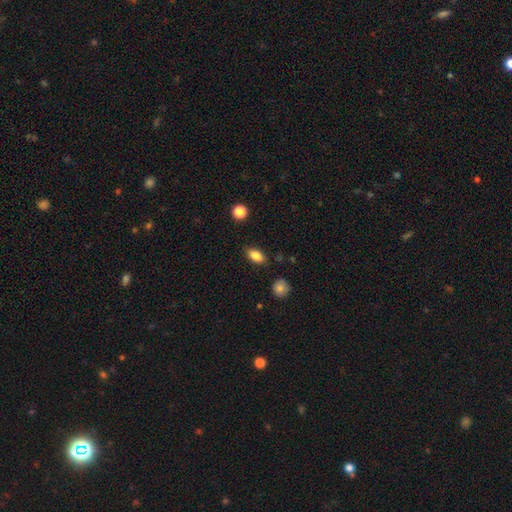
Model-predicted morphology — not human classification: type=smooth (85%); roundness=in between (88%); merging=none (85%).